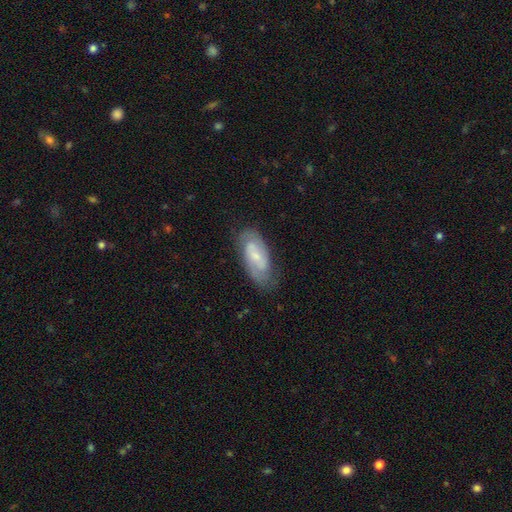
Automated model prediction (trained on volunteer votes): smooth_or_featured: featured or disk (p=0.67) [alt: smooth p=0.27]
disk_edge_on: no (p=0.93) [alt: yes p=0.07]
bar: weak (p=0.48) [alt: no p=0.33]
has_spiral_arms: yes (p=0.85) [alt: no p=0.15]
spiral_winding: medium (p=0.44) [alt: tight p=0.40]
spiral_arm_count: 2 (p=0.75) [alt: can't tell p=0.17]
bulge_size: small (p=0.61) [alt: moderate p=0.31]
merging: none (p=0.73) [alt: minor disturbance p=0.19]